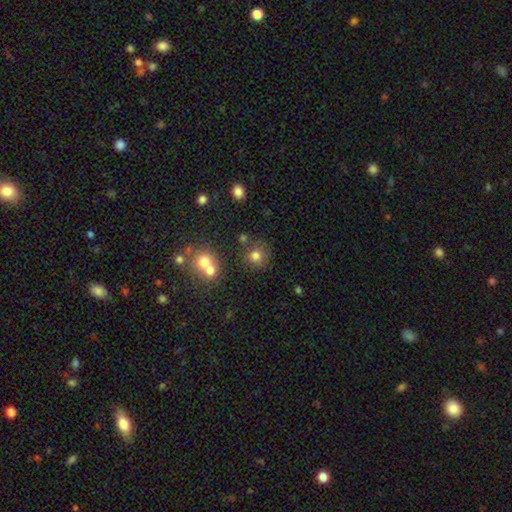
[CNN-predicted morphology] This is likely a smooth galaxy (77%). How rounded: clearly round (88%). Merging: likely none (70%).